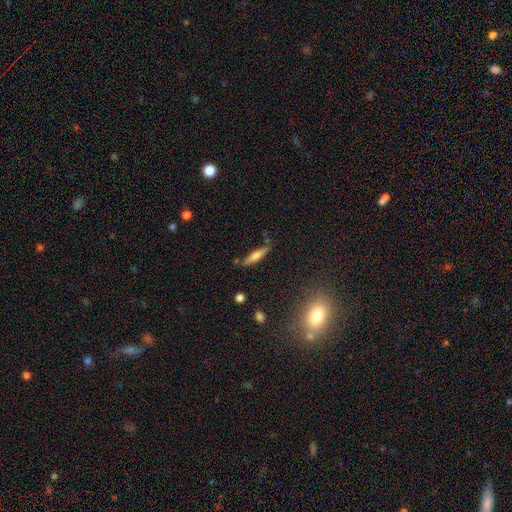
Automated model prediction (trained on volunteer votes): Smooth or featured? smooth (55%)
How rounded? cigar-shaped (83%)
Merging? none (81%)